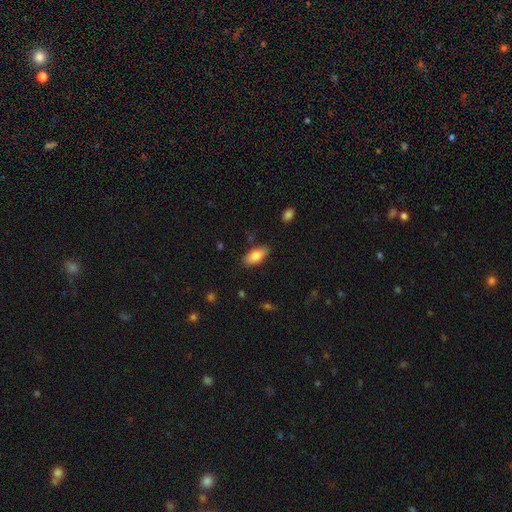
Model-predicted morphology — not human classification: Smooth or featured? Predicted: smooth (p=0.81). How rounded? Predicted: in between (p=0.89). Merging? Predicted: none (p=0.80).